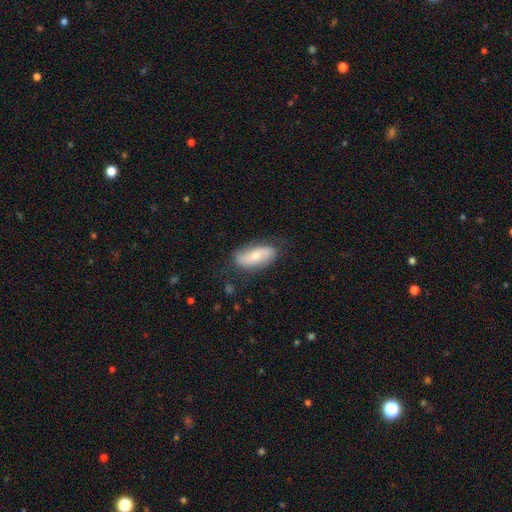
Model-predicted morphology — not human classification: Smooth or featured: smooth — 51% (featured or disk — 43%)
How rounded: in between — 85% (cigar-shaped — 12%)
Merging: none — 71% (minor disturbance — 21%)